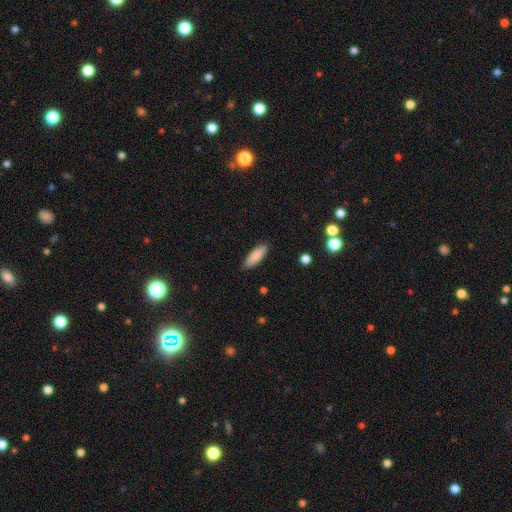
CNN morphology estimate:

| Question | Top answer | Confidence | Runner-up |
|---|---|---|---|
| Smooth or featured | smooth | 86% | featured or disk (7%) |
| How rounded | in between | 65% | cigar-shaped (33%) |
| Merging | none | 87% | minor disturbance (10%) |